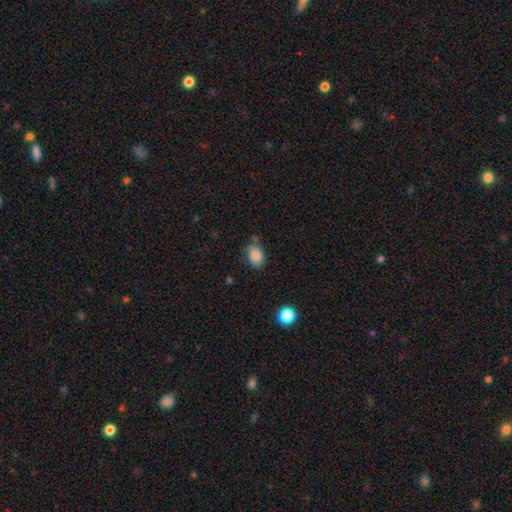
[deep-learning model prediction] Smooth or featured? Predicted: smooth (p=0.84). How rounded? Predicted: in between (p=0.77). Merging? Predicted: none (p=0.67).